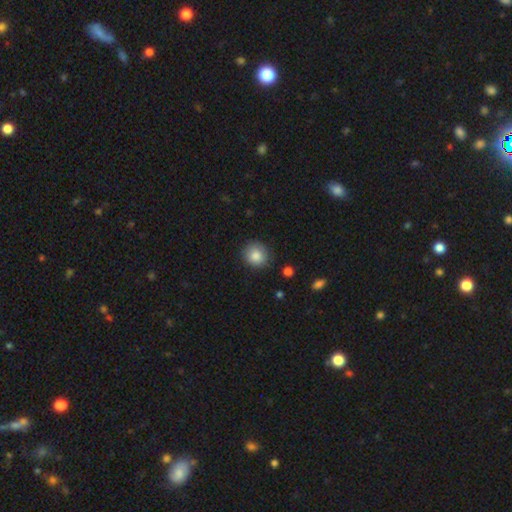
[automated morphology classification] Smooth or featured? Predicted: smooth (p=0.85). How rounded? Predicted: round (p=0.86). Merging? Predicted: none (p=0.84).